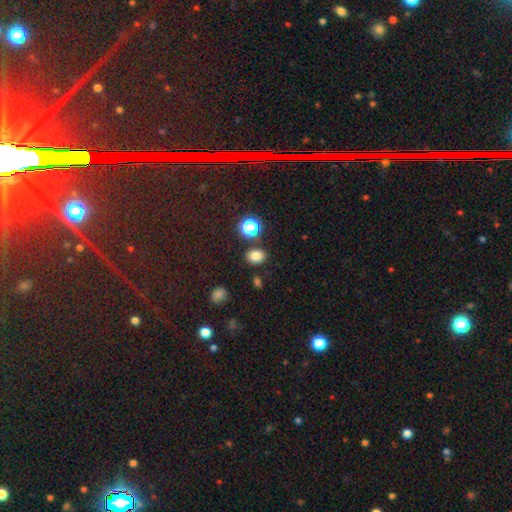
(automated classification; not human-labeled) Smooth or featured? smooth (80%)
How rounded? in between (50%)
Merging? none (82%)